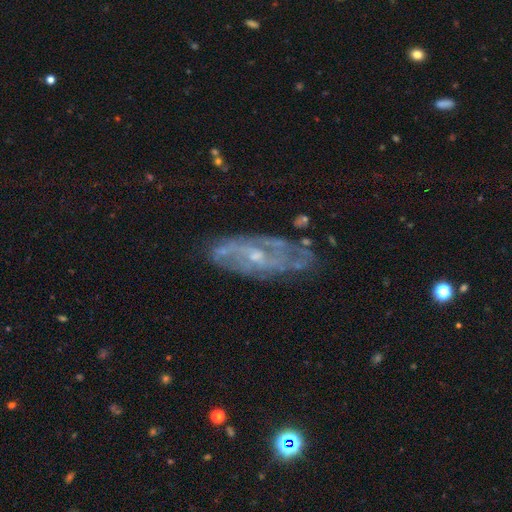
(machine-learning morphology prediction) This is likely a featured or disk galaxy (79%). It is clearly not viewed edge-on (87%). Bar: possibly no (49%). Spiral arm pattern: clearly yes (86%). Spiral arm count: marginally can't tell (38%). Spiral winding: marginally medium (41%). Central bulge: likely small (65%). Merging: likely none (71%).